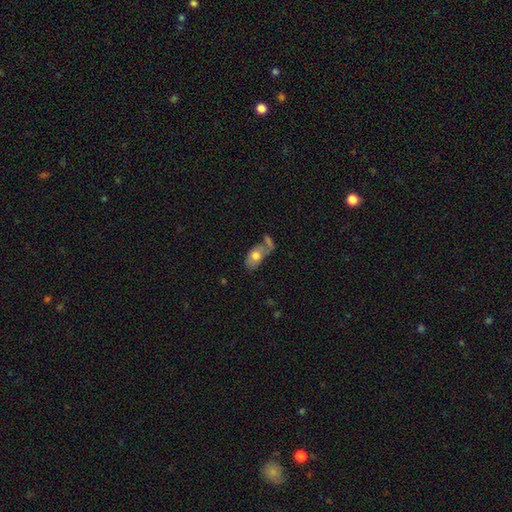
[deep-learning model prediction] smooth_or_featured: smooth (p=0.68) [alt: featured or disk p=0.25]
how_rounded: in between (p=0.89) [alt: round p=0.07]
merging: merger (p=0.34) [alt: none p=0.33]